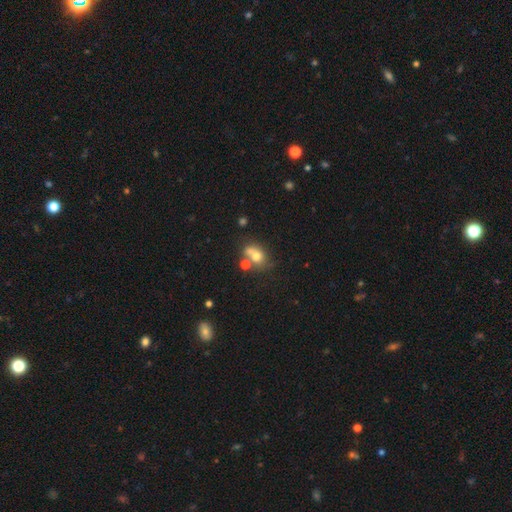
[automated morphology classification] smooth 68%, featured or disk 19%, star or artifact 13%. Down the decision tree: how rounded — in between (52%); merging — merger (38%, tied with none).